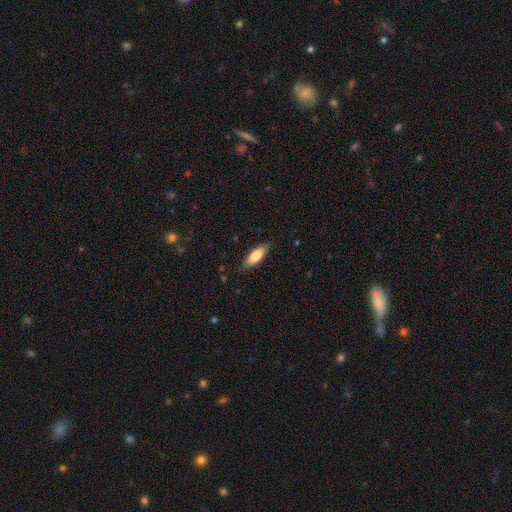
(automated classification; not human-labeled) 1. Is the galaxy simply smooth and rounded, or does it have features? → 77% smooth, 17% featured or disk, 6% star or artifact.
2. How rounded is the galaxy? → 68% in between, 30% cigar-shaped, 2% round.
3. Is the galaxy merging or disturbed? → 84% none, 13% minor disturbance, 2% major disturbance, 1% merger.